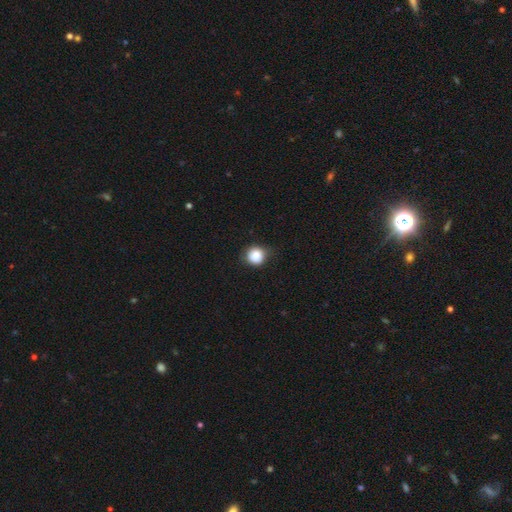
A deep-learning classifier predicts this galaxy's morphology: Smooth or featured? smooth (86%)
How rounded? round (88%)
Merging? none (72%)